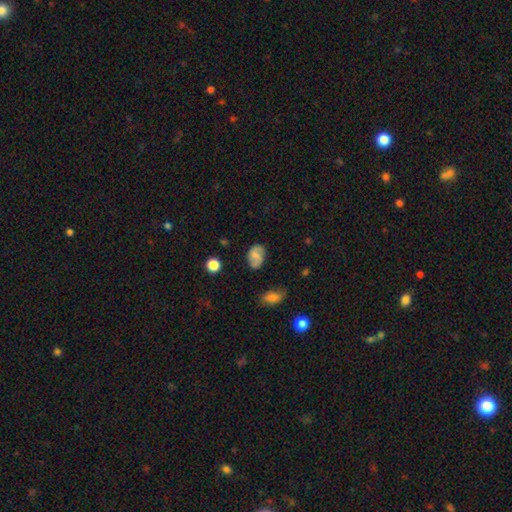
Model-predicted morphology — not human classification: The model was most divided on "smooth or featured": smooth: 48%, featured or disk: 43%, star or artifact: 9%. More confident: merging — none (75%).